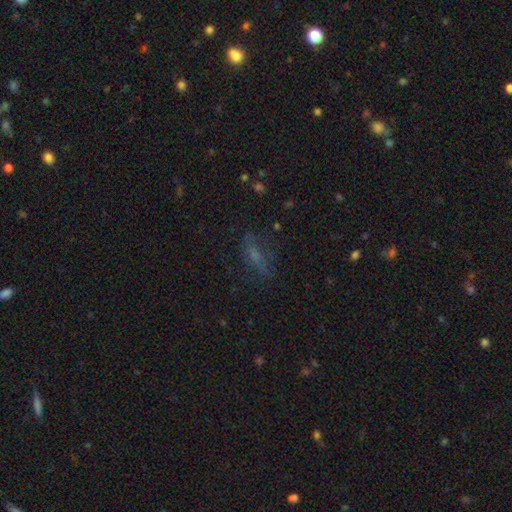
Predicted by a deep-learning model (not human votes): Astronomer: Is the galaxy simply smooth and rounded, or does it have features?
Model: smooth — 45% (runner-up: star or artifact, 29%).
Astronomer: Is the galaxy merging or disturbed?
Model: none — 61%.